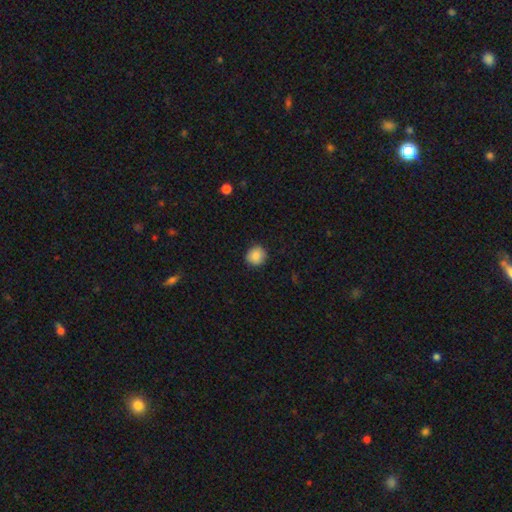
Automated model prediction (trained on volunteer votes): smooth 86%, star or artifact 9%, featured or disk 5%. Down the decision tree: how rounded — round (89%); merging — none (89%).